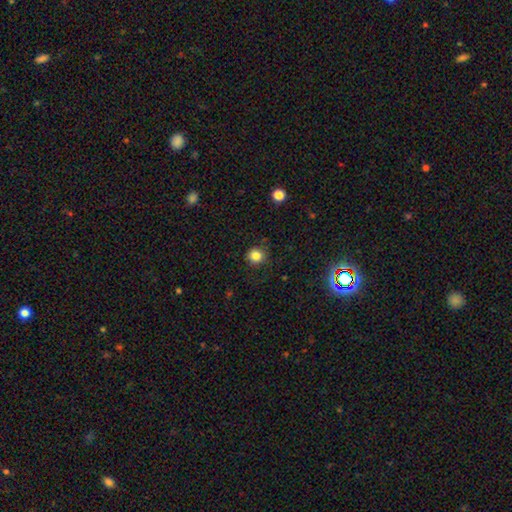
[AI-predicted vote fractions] Morphology: type=smooth (84%); roundness=round (90%); merging=none (84%).